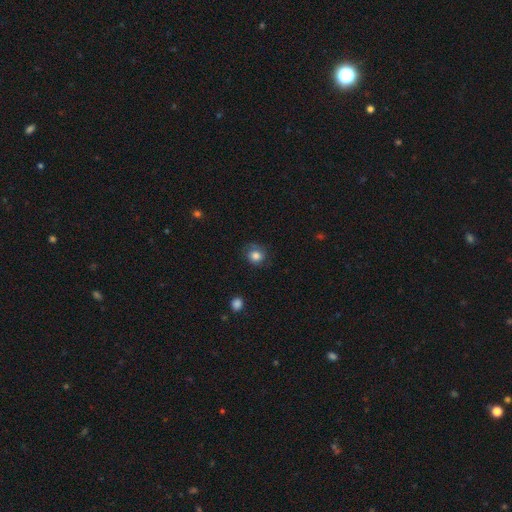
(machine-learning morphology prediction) type=smooth (79%); roundness=round (80%); merging=none (71%).